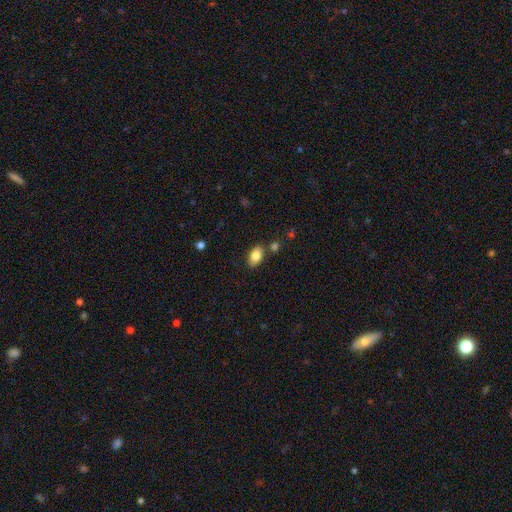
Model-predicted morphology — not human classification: The model was most divided on "merging": none: 79%, minor disturbance: 11%, merger: 7%, major disturbance: 3%. More confident: how rounded — in between (91%); smooth or featured — smooth (82%).